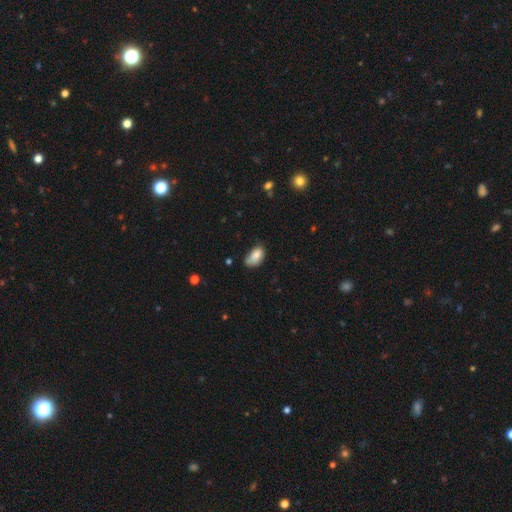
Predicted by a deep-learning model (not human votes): smooth-or-featured: smooth: 80% | featured or disk: 11% | star or artifact: 8%
  how-rounded: in between: 92% | round: 6% | cigar-shaped: 2%
  merging: none: 42% | minor disturbance: 40% | major disturbance: 12% | merger: 5%